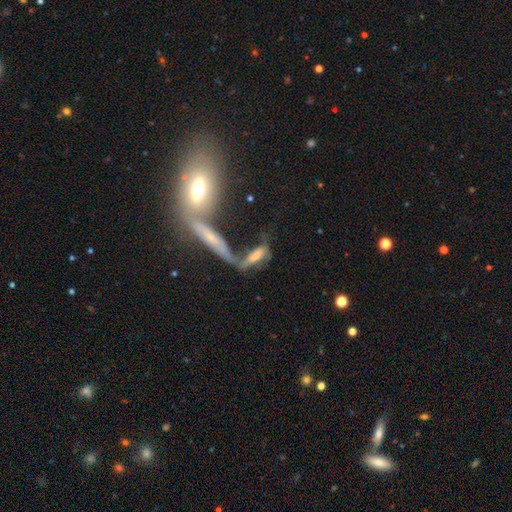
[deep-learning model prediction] smooth 55%, featured or disk 34%, star or artifact 11%. Down the decision tree: how rounded — cigar-shaped (55%); merging — merger (50%).